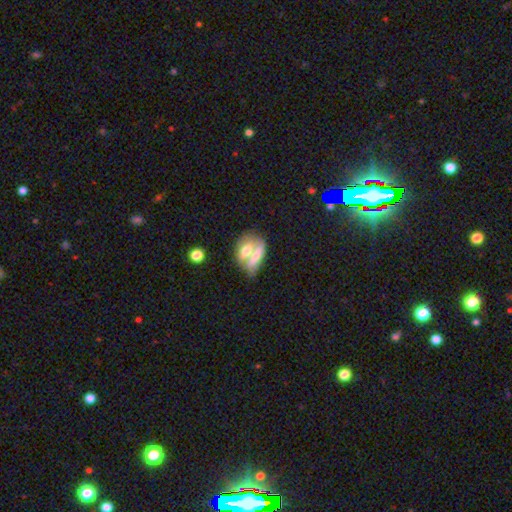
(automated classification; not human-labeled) Smooth or featured? smooth (57%)
How rounded? in between (65%)
Merging? merger (61%)